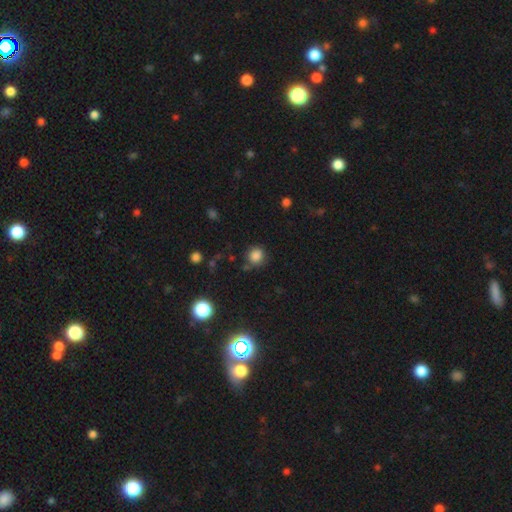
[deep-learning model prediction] Q: Smooth or featured?
A: smooth (83%); runner-up: star or artifact (13%)
Q: How rounded?
A: round (88%); runner-up: in between (11%)
Q: Merging?
A: none (74%); runner-up: minor disturbance (16%)